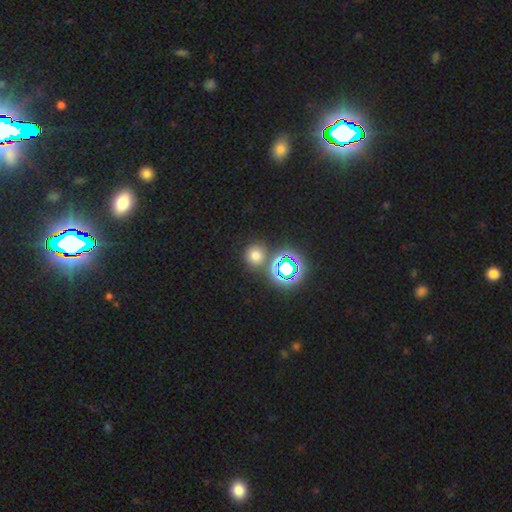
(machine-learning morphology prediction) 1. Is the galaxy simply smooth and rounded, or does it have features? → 64% smooth, 29% star or artifact, 7% featured or disk.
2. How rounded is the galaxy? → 87% round, 12% in between, 1% cigar-shaped.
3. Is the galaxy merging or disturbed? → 77% none, 11% merger, 9% minor disturbance, 3% major disturbance.